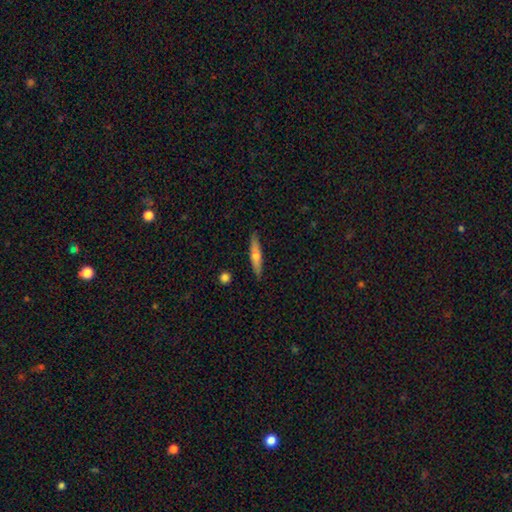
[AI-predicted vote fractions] Q: Smooth or featured?
A: smooth (56%); runner-up: featured or disk (38%)
Q: How rounded?
A: cigar-shaped (85%); runner-up: in between (13%)
Q: Merging?
A: none (89%); runner-up: minor disturbance (8%)